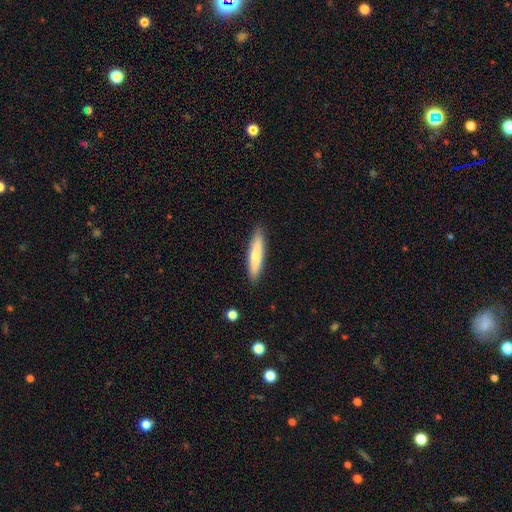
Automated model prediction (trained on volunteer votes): This appears to be a smooth galaxy with no disk features (71%) that is cigar-shaped (86%). Merging: none (89%).